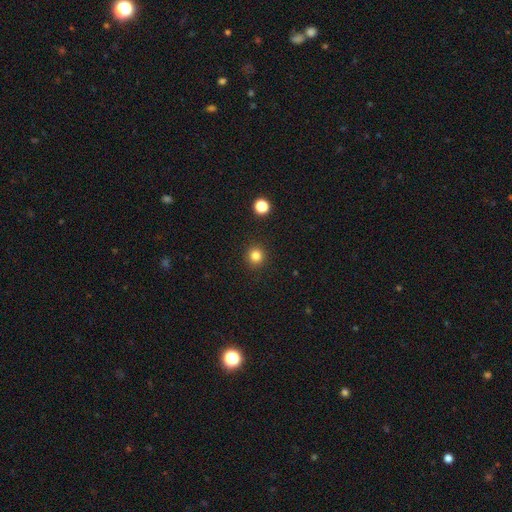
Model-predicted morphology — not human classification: This is clearly a smooth galaxy (82%). How rounded: clearly round (95%). Merging: clearly none (92%).